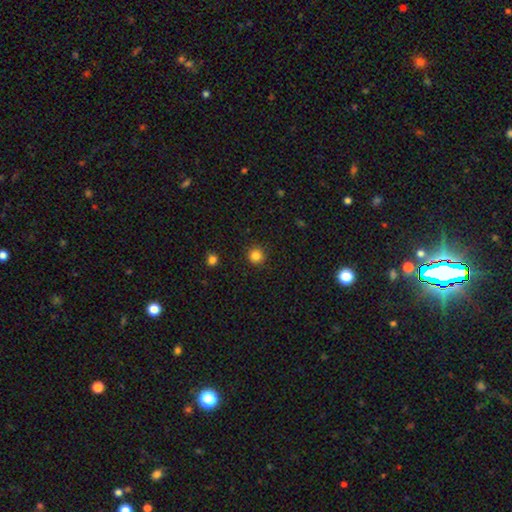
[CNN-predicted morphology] type=smooth (84%); roundness=round (95%); merging=none (92%).